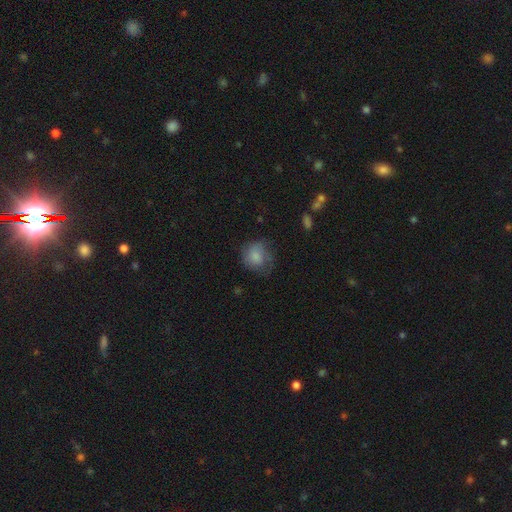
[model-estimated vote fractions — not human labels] This is likely a smooth galaxy (76%). How rounded: likely round (76%). Merging: possibly none (53%).